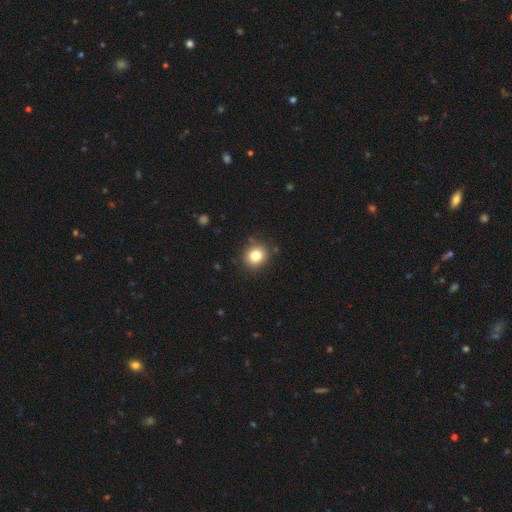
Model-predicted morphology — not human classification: Overall: smooth (80%). How rounded: round (84%). Merging: none (86%).